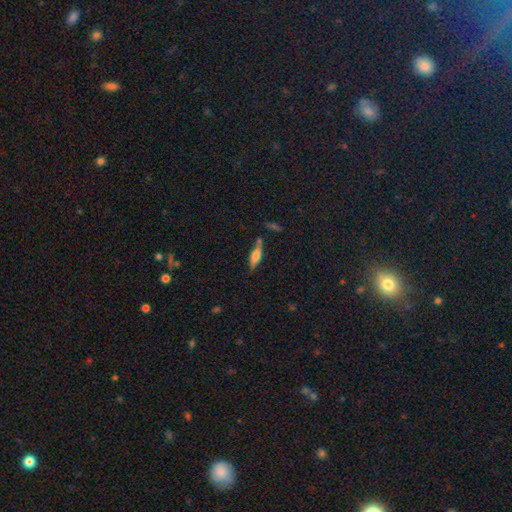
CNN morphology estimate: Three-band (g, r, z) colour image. It shows a featured or disk galaxy (53%) viewed edge-on (93%). Merging: none (71%).